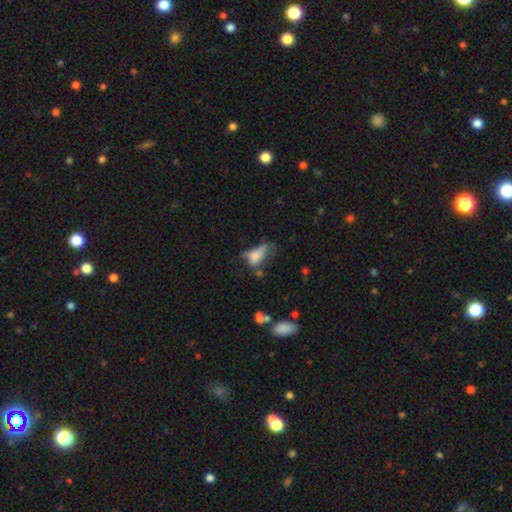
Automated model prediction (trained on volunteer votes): A smooth galaxy with no disk features (65%) that is in between round and cigar-shaped (80%). Merging: major disturbance (41%).